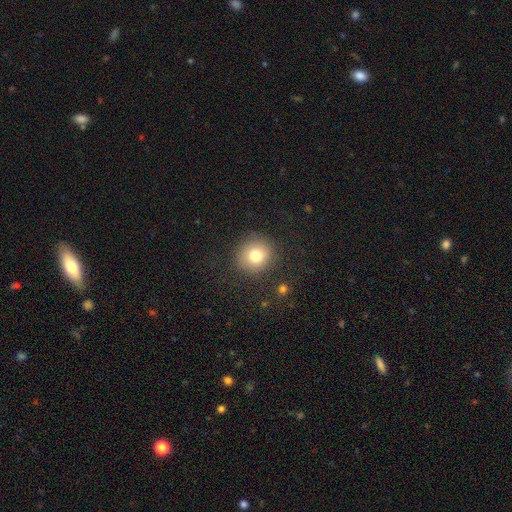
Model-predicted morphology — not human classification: A smooth galaxy with no disk features (77%) that is round (91%).

Vote fractions:
- Smooth or featured? smooth: 77% / star or artifact: 12% / featured or disk: 11%
- How rounded? round: 91% / in between: 9% / cigar-shaped: 1%
- Merging? none: 87% / minor disturbance: 8% / major disturbance: 4% / merger: 1%